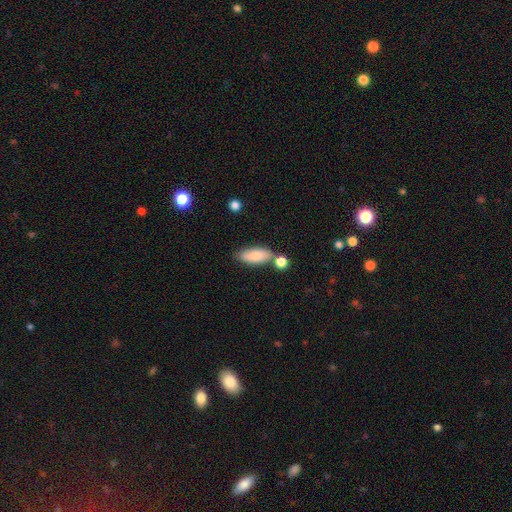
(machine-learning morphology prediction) smooth-or-featured: smooth: 82% | featured or disk: 11% | star or artifact: 6%
  how-rounded: in between: 80% | cigar-shaped: 18% | round: 3%
  merging: none: 65% | merger: 16% | minor disturbance: 15% | major disturbance: 4%